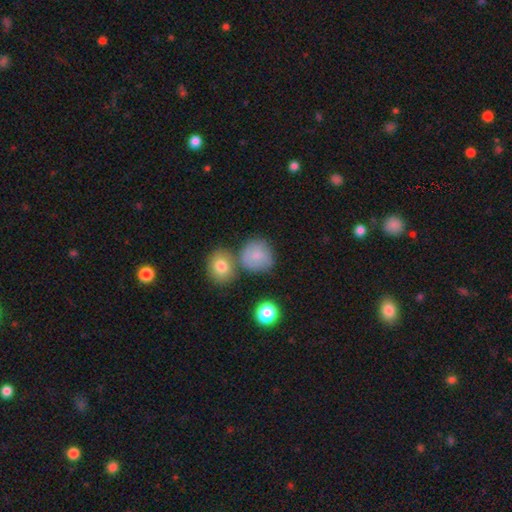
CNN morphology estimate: This is likely a smooth galaxy (71%). How rounded: clearly round (84%). Merging: likely none (61%).